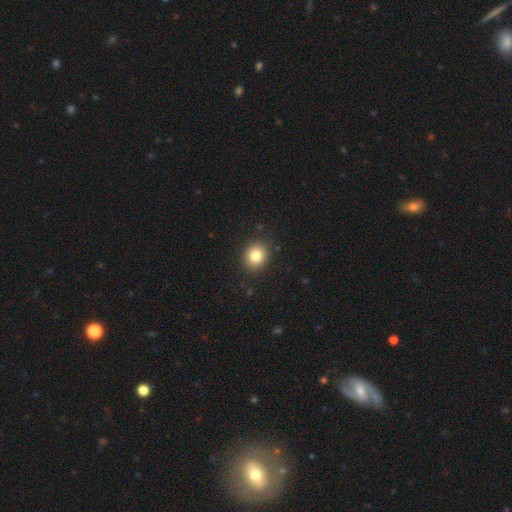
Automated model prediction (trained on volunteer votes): The model was most divided on "how rounded": round: 71%, in between: 28%, cigar-shaped: 1%. More confident: merging — none (88%); smooth or featured — smooth (81%).